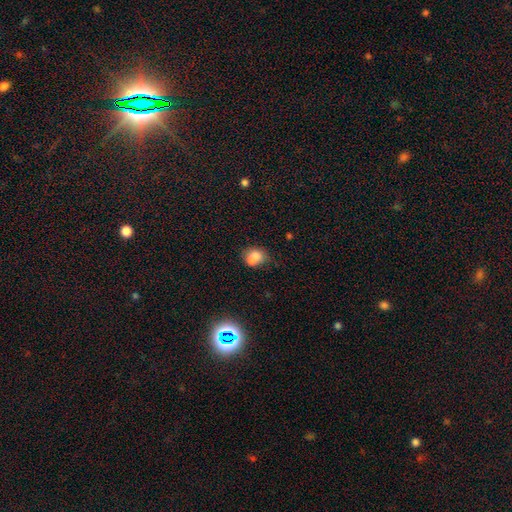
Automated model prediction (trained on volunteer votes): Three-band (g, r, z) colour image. It shows a smooth galaxy with no disk features (71%) that is round (52%). Merging: merger (51%).